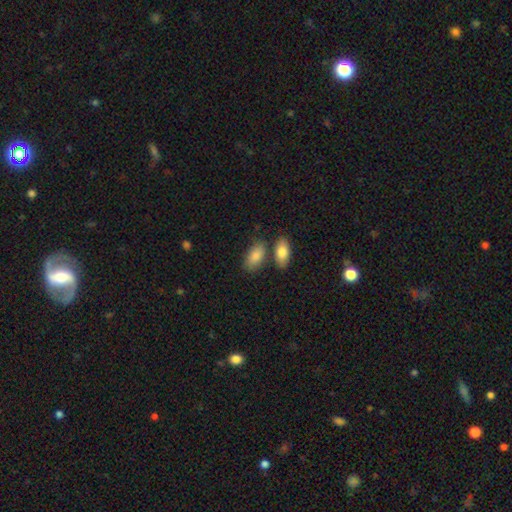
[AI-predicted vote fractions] Smooth or featured? Predicted: smooth (p=0.86). How rounded? Predicted: in between (p=0.92). Merging? Predicted: none (p=0.65).